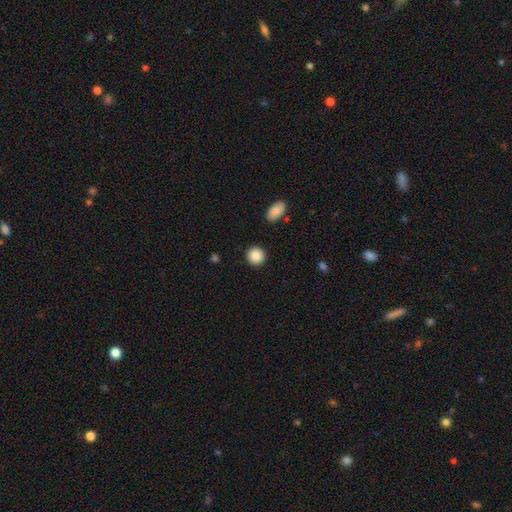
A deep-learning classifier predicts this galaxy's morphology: A smooth galaxy with no disk features (87%) that is round (92%).

Vote fractions:
- Smooth or featured? smooth: 87% / star or artifact: 8% / featured or disk: 4%
- How rounded? round: 92% / in between: 7% / cigar-shaped: 1%
- Merging? none: 91% / minor disturbance: 5% / major disturbance: 2% / merger: 2%